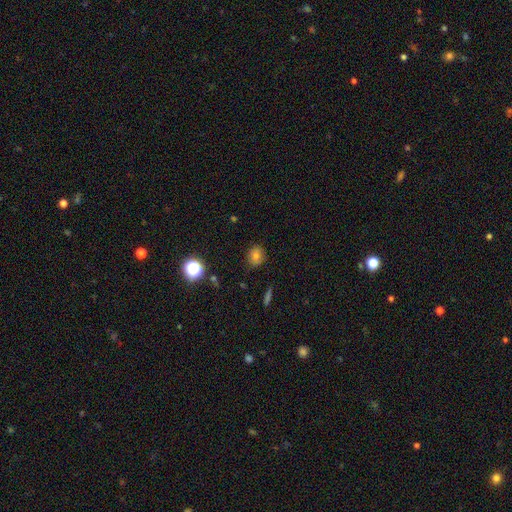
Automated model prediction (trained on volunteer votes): Q: Smooth or featured?
A: smooth (71%); runner-up: star or artifact (17%)
Q: How rounded?
A: round (76%); runner-up: in between (23%)
Q: Merging?
A: none (83%); runner-up: minor disturbance (13%)